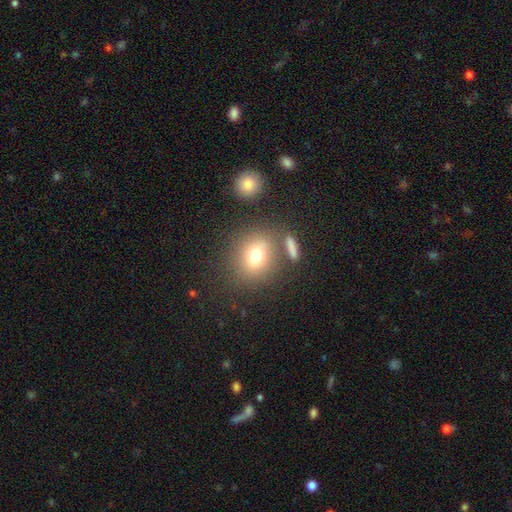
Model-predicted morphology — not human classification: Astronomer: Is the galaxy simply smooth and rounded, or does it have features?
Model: smooth — 75%.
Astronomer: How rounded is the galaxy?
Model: round — 68%.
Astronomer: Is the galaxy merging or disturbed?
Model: none — 71%.